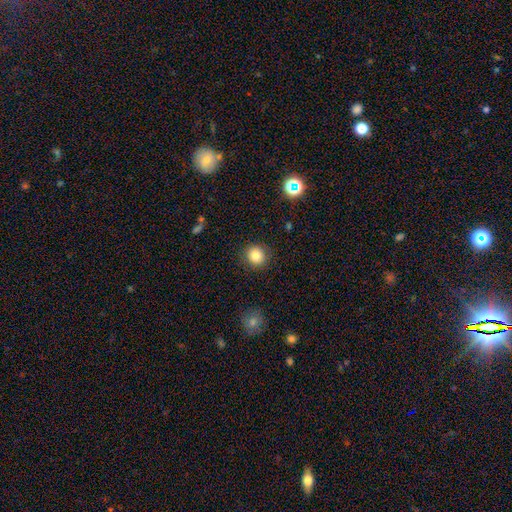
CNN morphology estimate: smooth 82%, star or artifact 11%, featured or disk 7%. Down the decision tree: how rounded — round (90%); merging — none (88%).